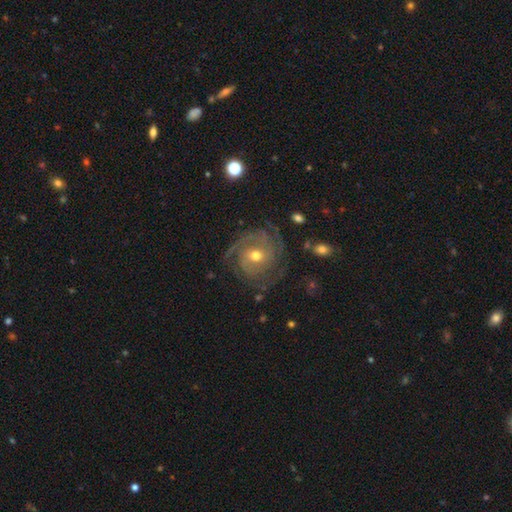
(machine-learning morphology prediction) Smooth or featured? featured or disk (86%)
Edge-on disk? no (97%)
Bar? no (66%)
Spiral arms? yes (96%)
Spiral winding? tight (61%)
Spiral arm count? 3 (29%)
Bulge size? moderate (66%)
Merging? none (73%)